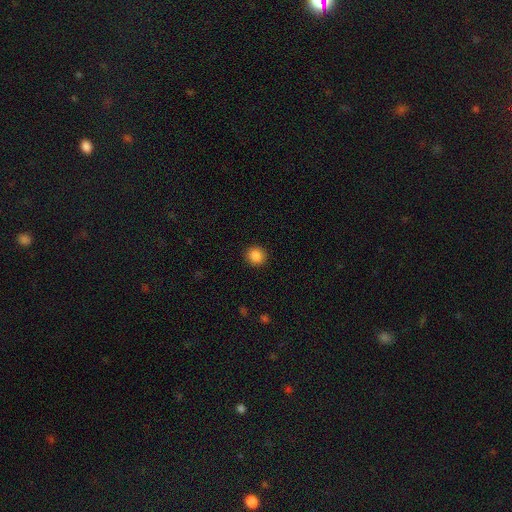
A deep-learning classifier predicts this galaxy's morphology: A smooth galaxy with no disk features (87%) that is round (91%).

Vote fractions:
- Smooth or featured? smooth: 87% / star or artifact: 10% / featured or disk: 4%
- How rounded? round: 91% / in between: 8% / cigar-shaped: 1%
- Merging? none: 92% / minor disturbance: 5% / major disturbance: 2% / merger: 1%